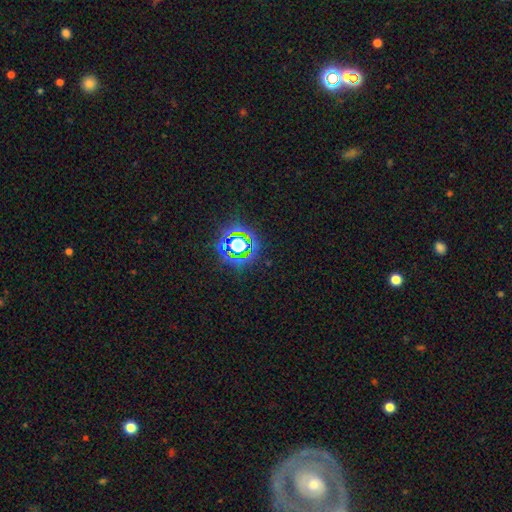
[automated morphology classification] Smooth or featured: star or artifact — 76% (smooth — 14%)